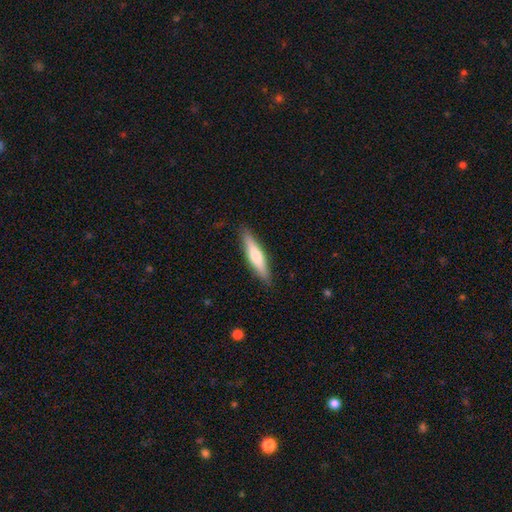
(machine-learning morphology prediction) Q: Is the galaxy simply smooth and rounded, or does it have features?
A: smooth — 59%.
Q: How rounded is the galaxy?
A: cigar-shaped — 84%.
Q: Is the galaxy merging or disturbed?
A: none — 89%.